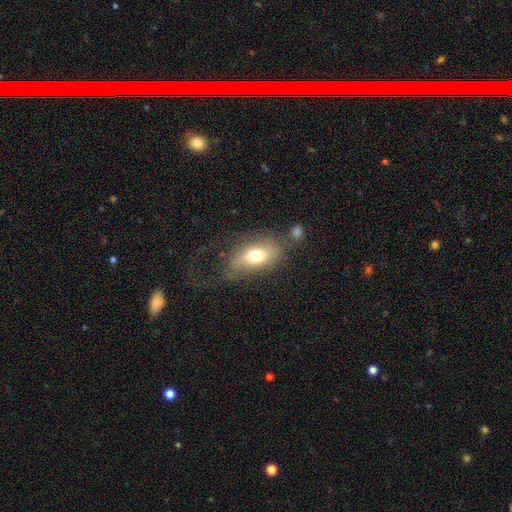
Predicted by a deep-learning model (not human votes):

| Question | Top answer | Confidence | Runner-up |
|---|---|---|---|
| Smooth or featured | smooth | 68% | featured or disk (23%) |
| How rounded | in between | 86% | round (10%) |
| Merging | none | 51% | minor disturbance (25%) |